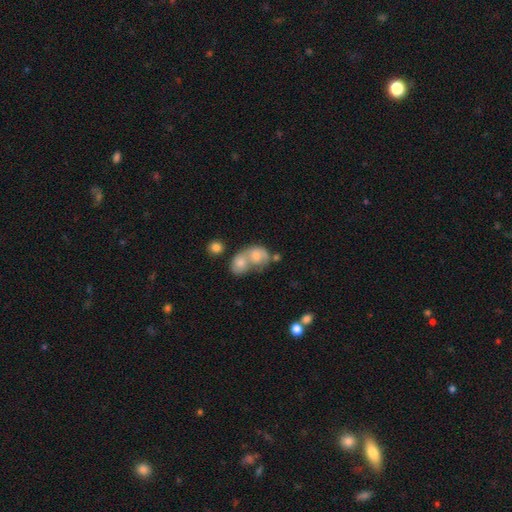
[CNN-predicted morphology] type=smooth (71%); roundness=in between (55%); merging=merger (74%).